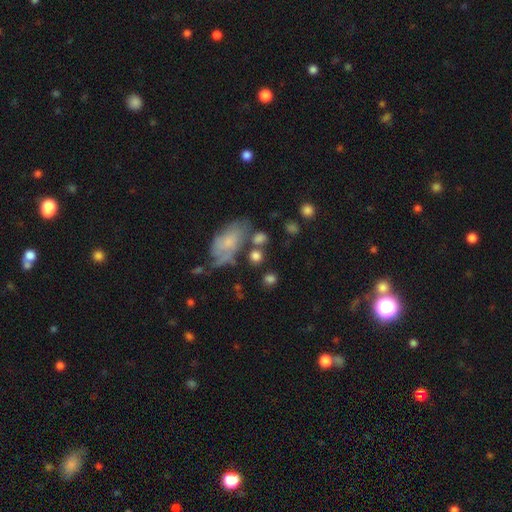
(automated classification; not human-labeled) Smooth or featured: smooth — 77% (featured or disk — 13%)
How rounded: round — 65% (in between — 32%)
Merging: none — 59% (merger — 18%)